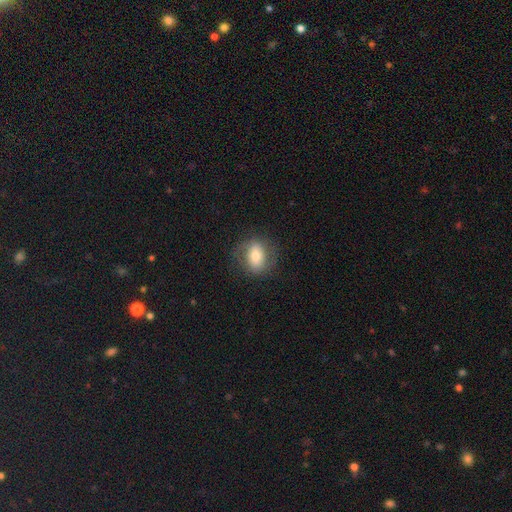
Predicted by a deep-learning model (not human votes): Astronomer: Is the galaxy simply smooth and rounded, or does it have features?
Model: smooth — 60%.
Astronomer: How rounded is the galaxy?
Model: in between — 58% (runner-up: round, 41%).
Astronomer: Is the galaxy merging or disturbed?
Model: none — 75%.